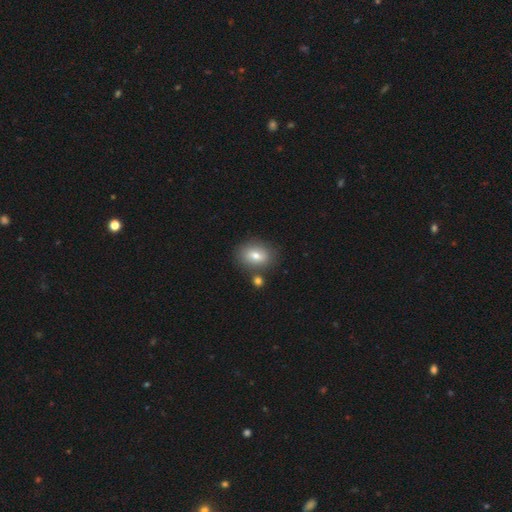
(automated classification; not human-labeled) Smooth or featured? Predicted: smooth (p=0.74). How rounded? Predicted: in between (p=0.69). Merging? Predicted: none (p=0.76).